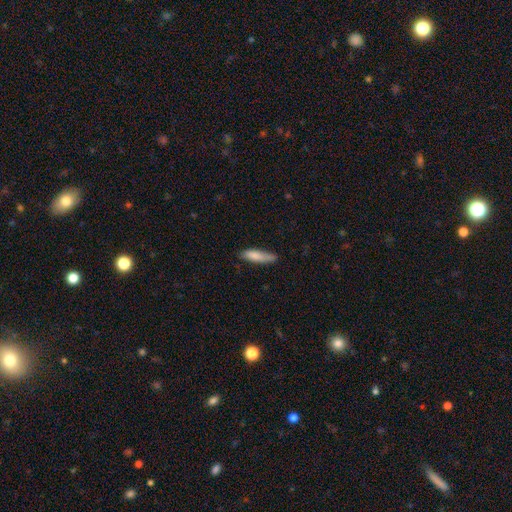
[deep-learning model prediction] This appears to be a smooth galaxy with no disk features (82%) that is cigar-shaped (72%). Merging: none (69%).